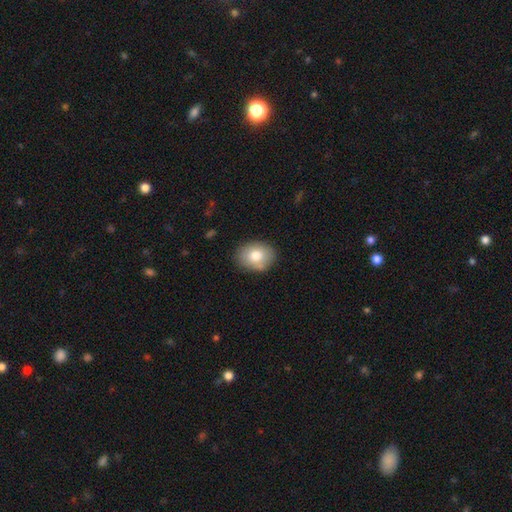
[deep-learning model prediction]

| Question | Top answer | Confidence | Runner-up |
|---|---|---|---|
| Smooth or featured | smooth | 78% | featured or disk (14%) |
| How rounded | in between | 60% | round (39%) |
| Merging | none | 82% | minor disturbance (13%) |